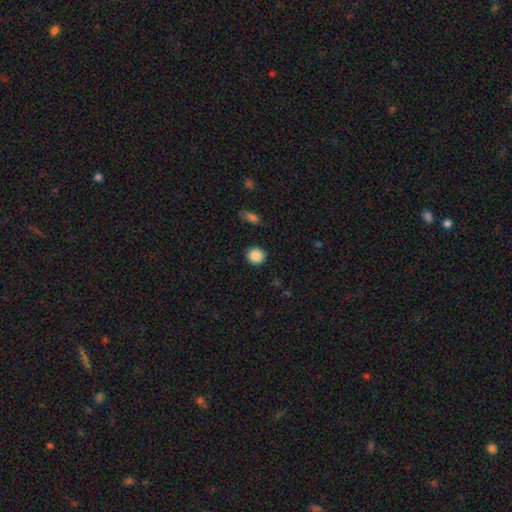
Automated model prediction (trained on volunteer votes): smooth_or_featured: smooth (p=0.88) [alt: star or artifact p=0.09]
how_rounded: round (p=0.85) [alt: in between p=0.14]
merging: none (p=0.89) [alt: minor disturbance p=0.07]